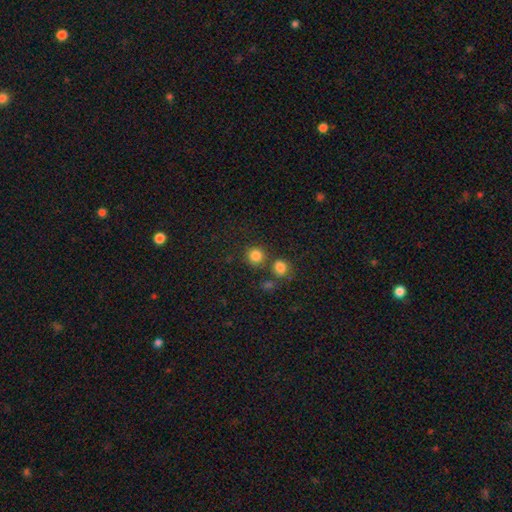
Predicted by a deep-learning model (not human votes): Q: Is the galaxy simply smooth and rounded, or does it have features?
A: smooth — 83%.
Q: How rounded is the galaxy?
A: round — 91%.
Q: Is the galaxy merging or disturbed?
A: none — 74%.